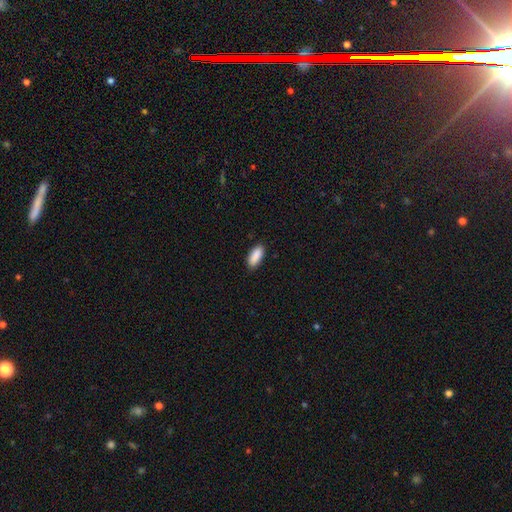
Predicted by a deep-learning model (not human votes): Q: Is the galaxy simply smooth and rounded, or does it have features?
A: smooth — 90%.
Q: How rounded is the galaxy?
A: in between — 82%.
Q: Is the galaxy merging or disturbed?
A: none — 86%.